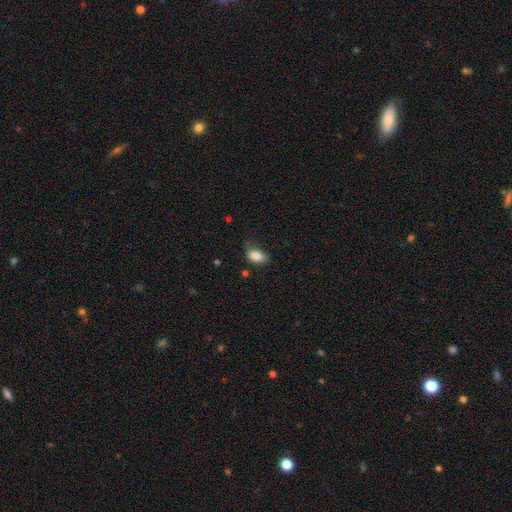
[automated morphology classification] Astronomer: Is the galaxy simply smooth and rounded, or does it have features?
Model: smooth — 83%.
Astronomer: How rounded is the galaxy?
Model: in between — 86%.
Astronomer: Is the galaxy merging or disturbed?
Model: none — 48% (runner-up: minor disturbance, 37%).